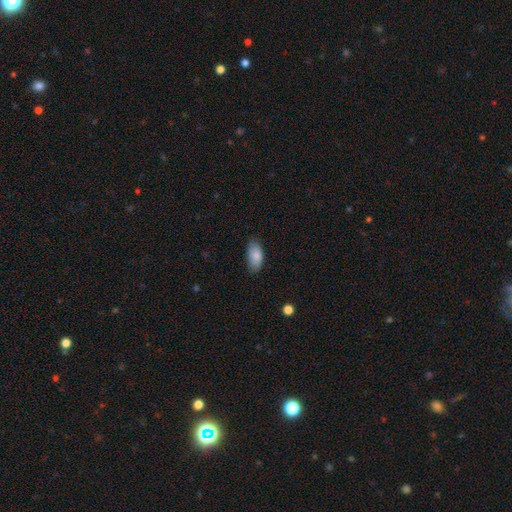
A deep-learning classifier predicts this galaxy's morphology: Overall: smooth (87%). How rounded: in between (92%). Merging: none (79%).